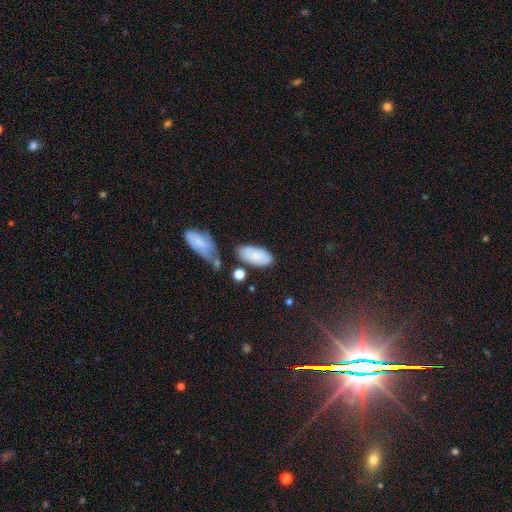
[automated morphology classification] Smooth or featured? smooth (76%)
How rounded? in between (92%)
Merging? none (61%)